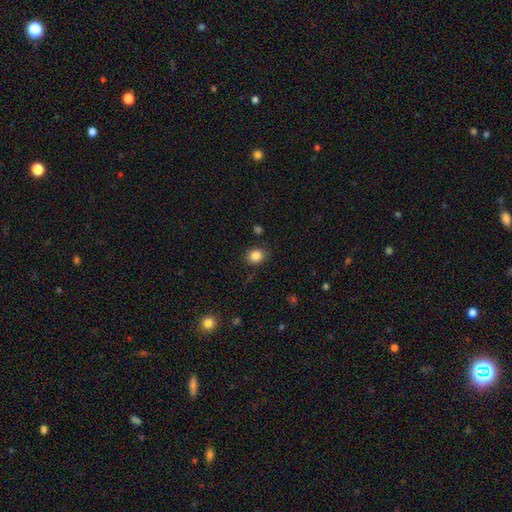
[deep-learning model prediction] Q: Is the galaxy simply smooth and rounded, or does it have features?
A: smooth — 86%.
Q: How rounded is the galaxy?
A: round — 61%.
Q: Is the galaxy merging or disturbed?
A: none — 86%.